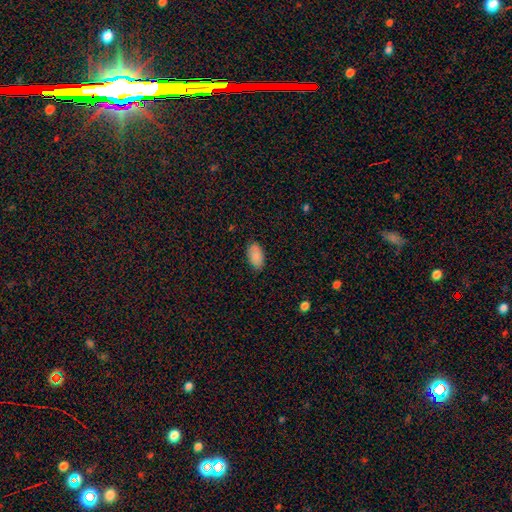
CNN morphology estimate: This is clearly a smooth galaxy (89%). How rounded: clearly in between (95%). Merging: clearly none (86%).